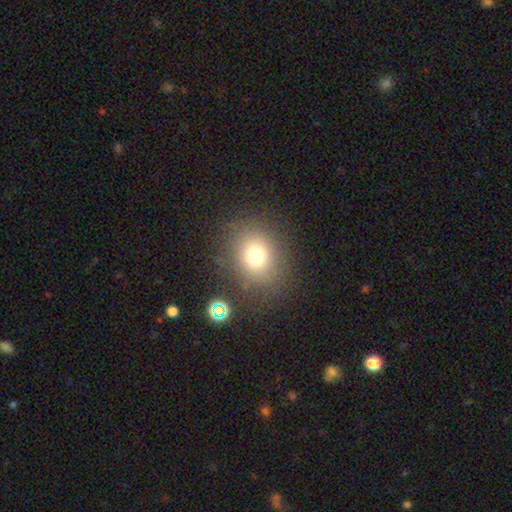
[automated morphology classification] This is likely a smooth galaxy (73%). How rounded: likely round (64%). Merging: clearly none (80%).